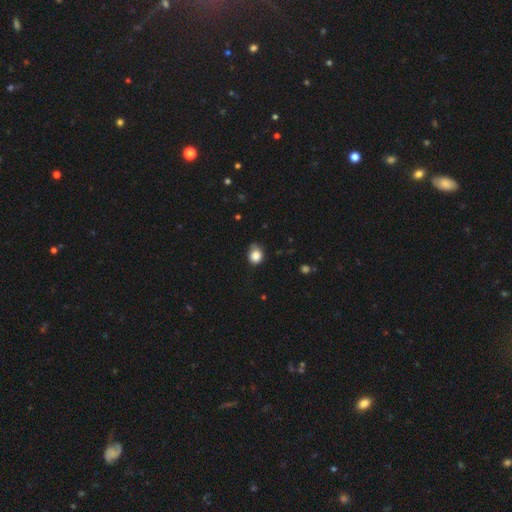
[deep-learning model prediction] Morphology: type=smooth (84%); roundness=round (70%); merging=none (57%).